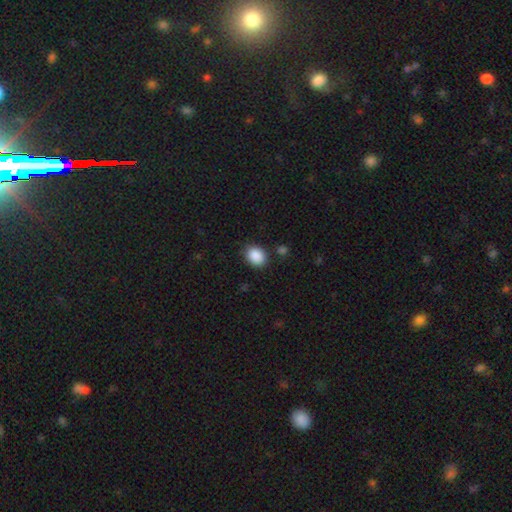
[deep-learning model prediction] Smooth or featured?
  - smooth: 89% *
  - star or artifact: 8%
  - featured or disk: 3%
How rounded?
  - round: 50% *
  - in between: 49%
  - cigar-shaped: 1%
Merging?
  - none: 84% *
  - minor disturbance: 11%
  - major disturbance: 3%
  - merger: 3%